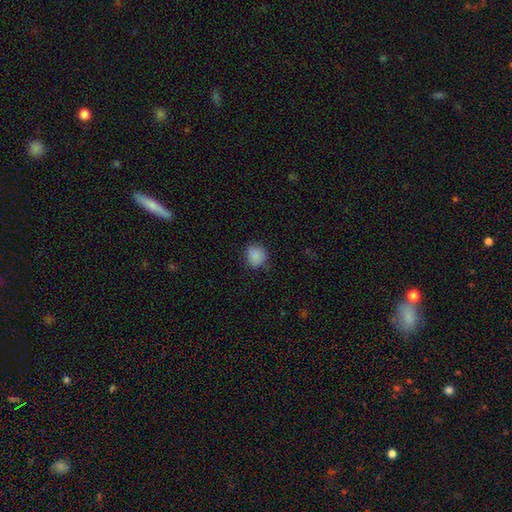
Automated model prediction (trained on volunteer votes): Smooth or featured: smooth — 86% (star or artifact — 10%)
How rounded: round — 77% (in between — 22%)
Merging: none — 78% (minor disturbance — 17%)